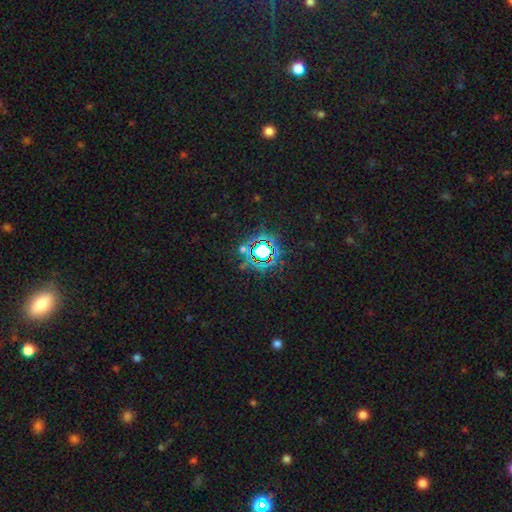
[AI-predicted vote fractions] Morphology: type=star or artifact (75%).